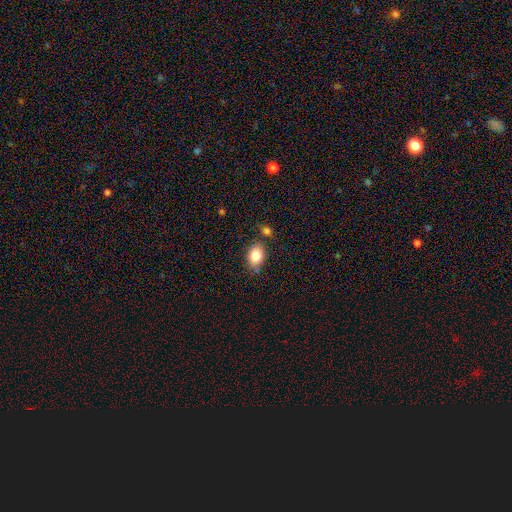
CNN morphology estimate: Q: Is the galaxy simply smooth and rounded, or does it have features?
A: smooth — 83%.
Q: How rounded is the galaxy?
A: in between — 73%.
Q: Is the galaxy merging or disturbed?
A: none — 72%.